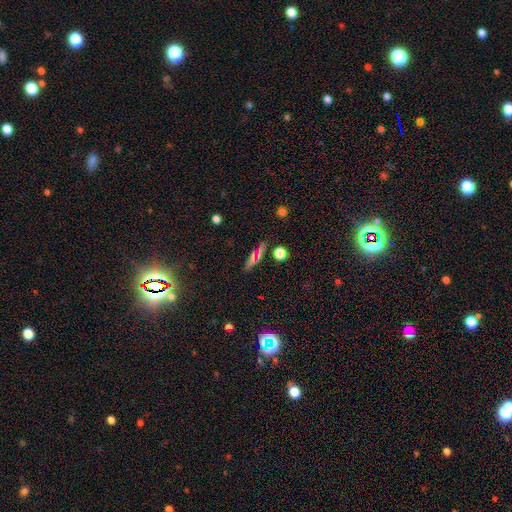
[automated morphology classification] This is likely a smooth galaxy (63%). How rounded: likely cigar-shaped (67%). Merging: clearly none (85%).